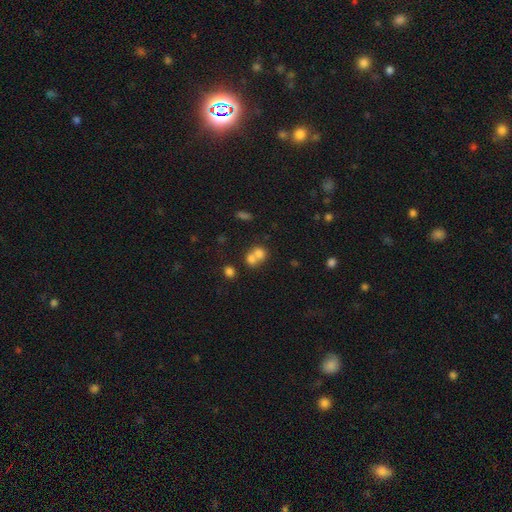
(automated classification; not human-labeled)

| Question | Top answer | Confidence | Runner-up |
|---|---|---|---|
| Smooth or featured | smooth | 72% | featured or disk (16%) |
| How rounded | round | 64% | in between (35%) |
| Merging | merger | 64% | none (27%) |